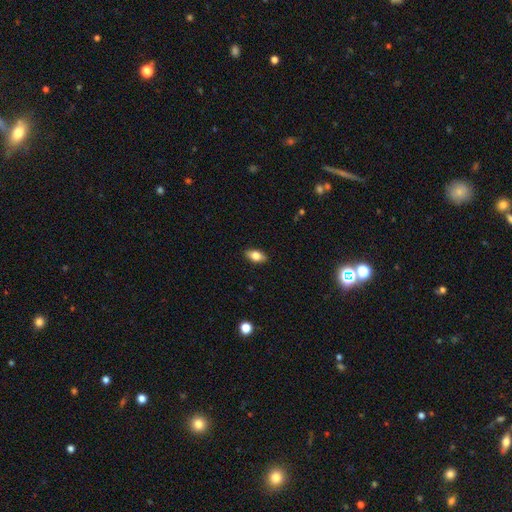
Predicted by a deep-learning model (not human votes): A smooth galaxy with no disk features (77%) that is in between round and cigar-shaped (88%). Merging: none (89%).